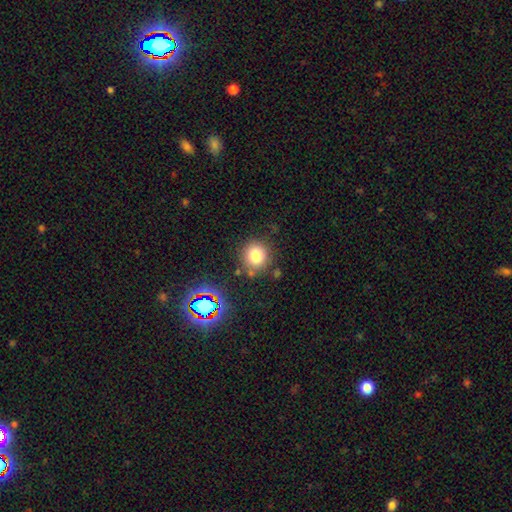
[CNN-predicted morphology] smooth_or_featured: smooth (p=0.80) [alt: star or artifact p=0.14]
how_rounded: round (p=0.89) [alt: in between p=0.10]
merging: none (p=0.80) [alt: minor disturbance p=0.11]